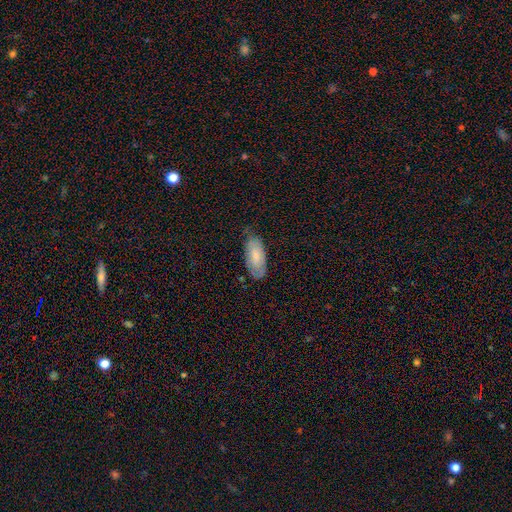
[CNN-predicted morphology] The model was most divided on "merging": none: 65%, minor disturbance: 28%, major disturbance: 5%, merger: 1%. More confident: how rounded — in between (87%); smooth or featured — smooth (69%).